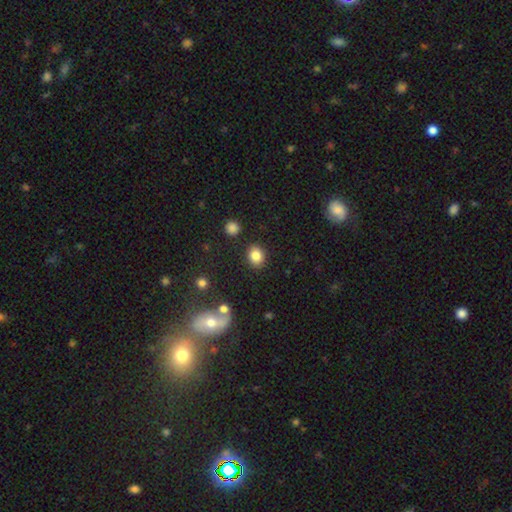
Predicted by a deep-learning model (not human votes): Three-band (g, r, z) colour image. It shows a smooth galaxy with no disk features (84%) that is round (53%). Merging: none (86%).